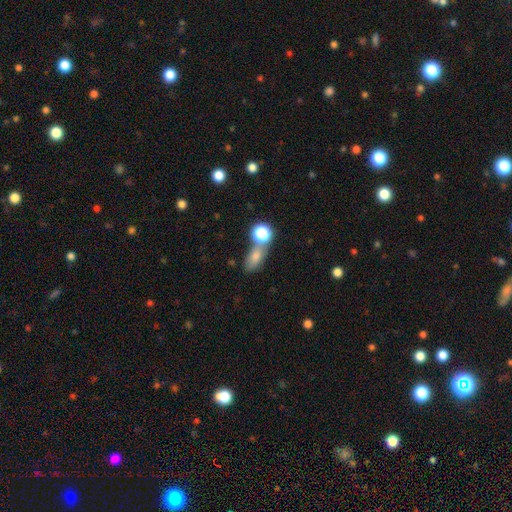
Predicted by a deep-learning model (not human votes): smooth_or_featured: smooth (p=0.72) [alt: star or artifact p=0.17]
how_rounded: in between (p=0.75) [alt: round p=0.19]
merging: none (p=0.49) [alt: merger p=0.29]